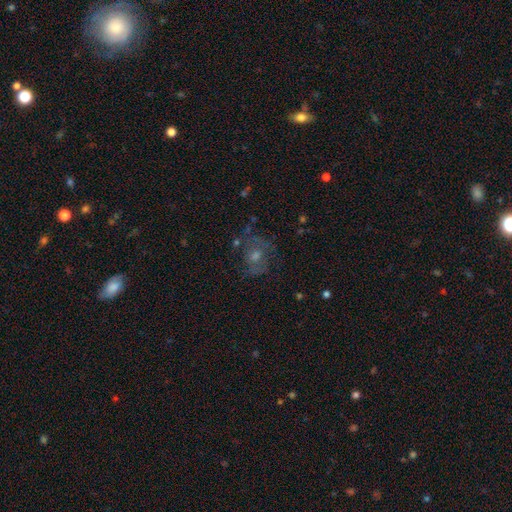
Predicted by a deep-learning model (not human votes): Smooth or featured? featured or disk (49%)
Merging? none (58%)